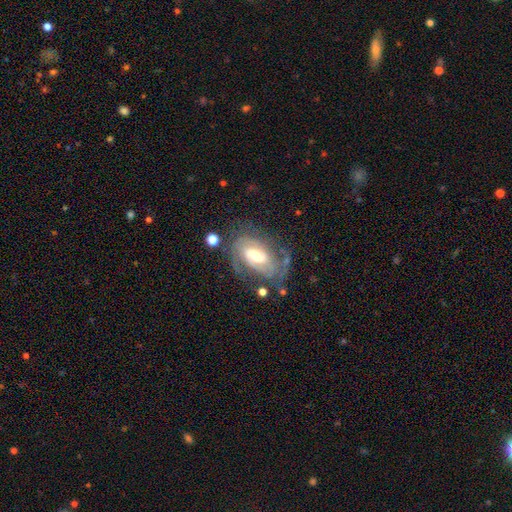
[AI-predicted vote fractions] The model was most divided on "spiral arm count": 2: 44%, can't tell: 33%, 3: 11%, 1: 5%, 4: 4%, more than 4: 3%. Remaining: edge-on disk — no (95%); spiral arms — yes (89%); smooth or featured — featured or disk (81%); bulge size — moderate (63%); merging — none (61%); spiral winding — tight (57%); bar — weak (46%).